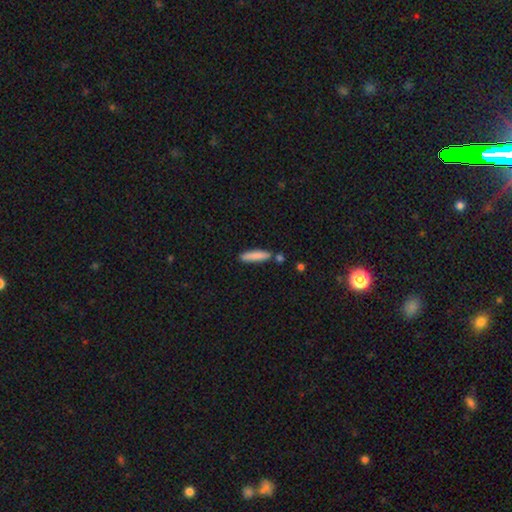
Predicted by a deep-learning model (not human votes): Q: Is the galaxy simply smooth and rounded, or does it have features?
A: smooth — 84%.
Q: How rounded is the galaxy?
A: cigar-shaped — 83%.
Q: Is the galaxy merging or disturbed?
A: none — 79%.